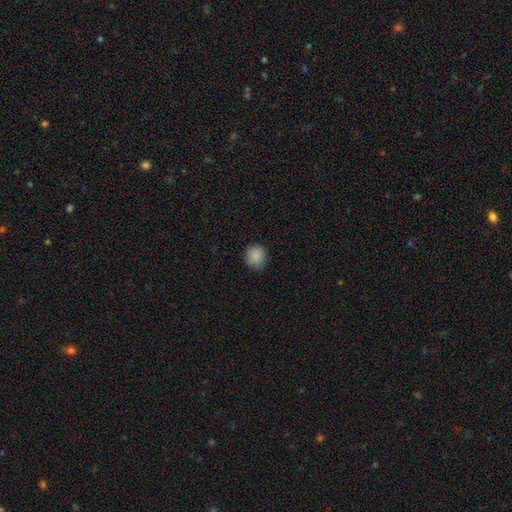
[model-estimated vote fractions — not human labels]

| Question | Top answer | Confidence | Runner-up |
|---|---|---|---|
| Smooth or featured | smooth | 87% | star or artifact (9%) |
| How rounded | round | 76% | in between (23%) |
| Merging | none | 77% | minor disturbance (19%) |